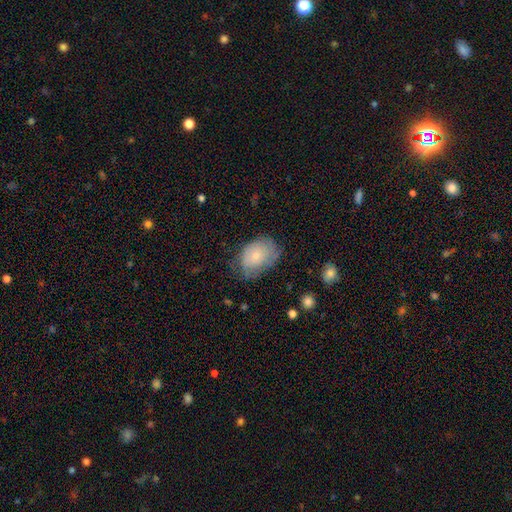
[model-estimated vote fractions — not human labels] Smooth or featured: smooth — 70% (featured or disk — 22%)
How rounded: in between — 78% (round — 21%)
Merging: none — 53% (minor disturbance — 33%)